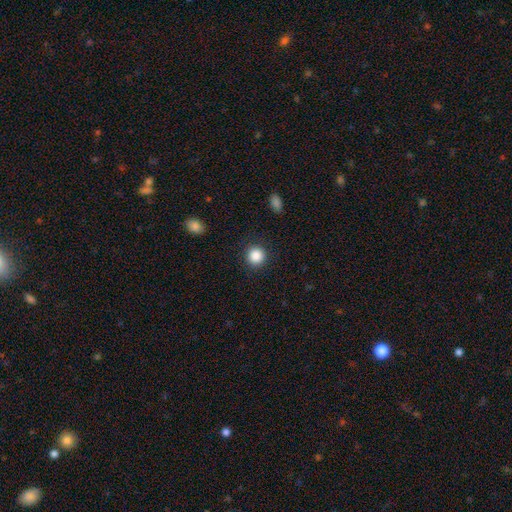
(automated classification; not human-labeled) Smooth or featured?
  - smooth: 87% *
  - star or artifact: 10%
  - featured or disk: 3%
How rounded?
  - round: 92% *
  - in between: 7%
  - cigar-shaped: 1%
Merging?
  - none: 90% *
  - minor disturbance: 6%
  - major disturbance: 3%
  - merger: 1%